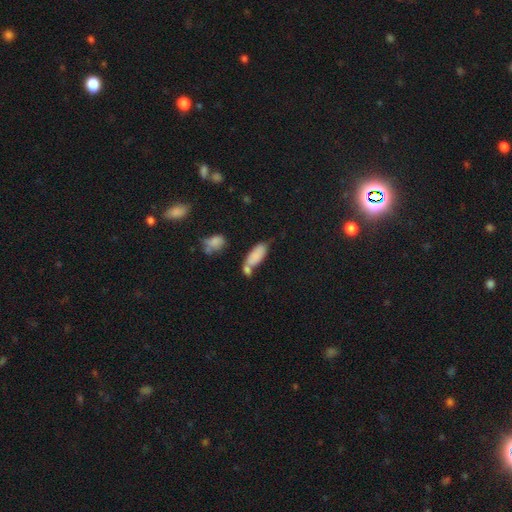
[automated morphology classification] smooth_or_featured: smooth (p=0.82) [alt: featured or disk p=0.10]
how_rounded: in between (p=0.81) [alt: cigar-shaped p=0.16]
merging: none (p=0.39) [tied with: merger p=0.39]